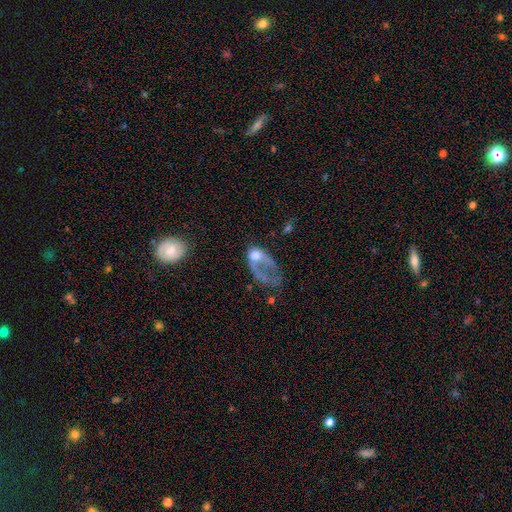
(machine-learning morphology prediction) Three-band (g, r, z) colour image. It shows a featured or disk galaxy (45%). Merging: major disturbance (61%).